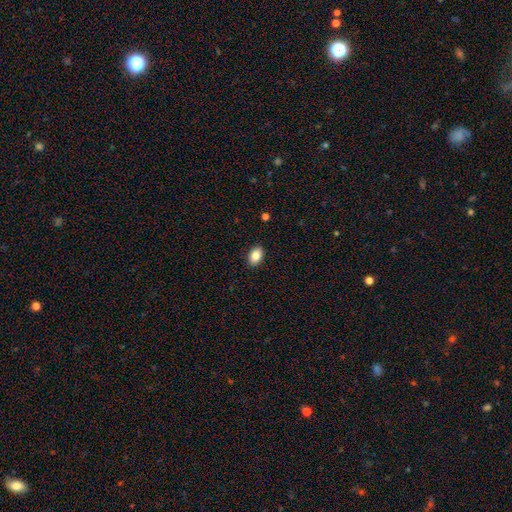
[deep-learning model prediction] Smooth or featured: smooth — 85% (star or artifact — 8%)
How rounded: in between — 85% (round — 14%)
Merging: none — 90% (minor disturbance — 7%)